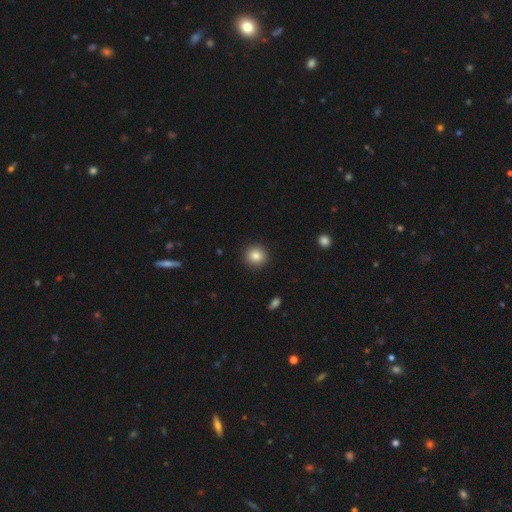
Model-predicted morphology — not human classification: smooth_or_featured: smooth (p=0.84) [alt: star or artifact p=0.10]
how_rounded: round (p=0.93) [alt: in between p=0.06]
merging: none (p=0.92) [alt: minor disturbance p=0.05]